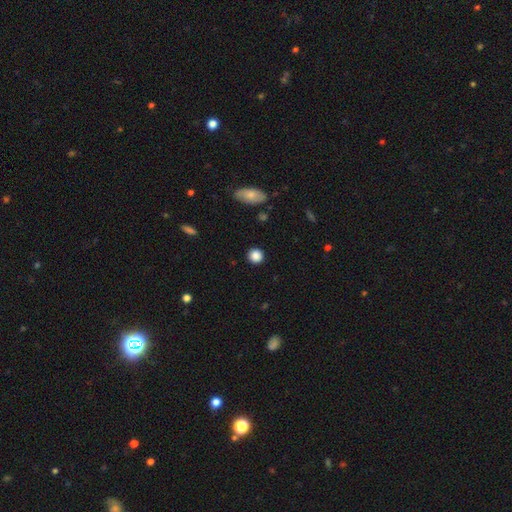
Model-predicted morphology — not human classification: smooth-or-featured: smooth: 87% | star or artifact: 9% | featured or disk: 4%
  how-rounded: round: 92% | in between: 7% | cigar-shaped: 1%
  merging: none: 90% | minor disturbance: 7% | major disturbance: 2% | merger: 1%